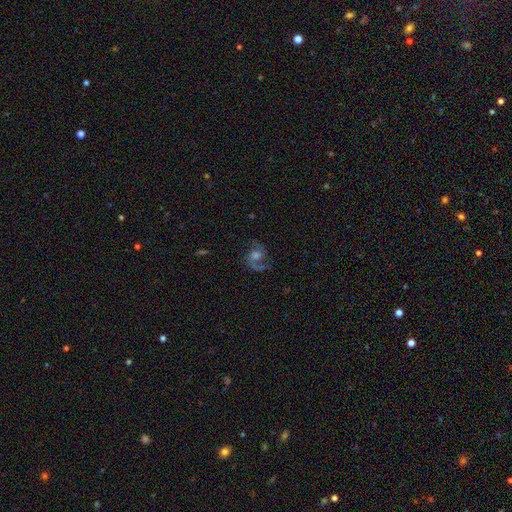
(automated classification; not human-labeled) The model was most divided on "spiral winding": medium: 52%, loose: 31%, tight: 17%. More confident: edge-on disk — no (97%); spiral arms — yes (95%); spiral arm count — 2 (80%); smooth or featured — featured or disk (77%); merging — none (71%); bar — no (62%); bulge size — moderate (53%).